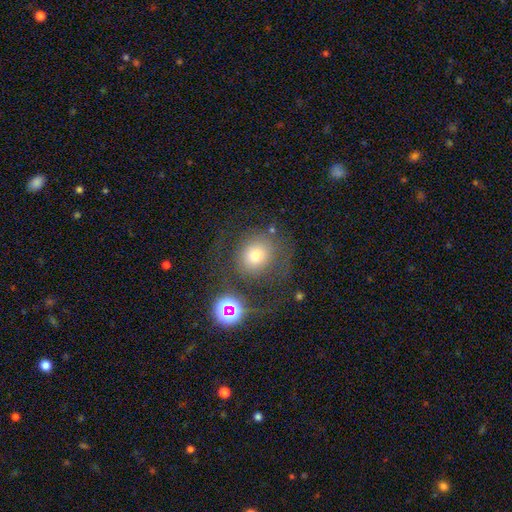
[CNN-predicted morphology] Smooth or featured? smooth (65%)
How rounded? round (81%)
Merging? none (60%)